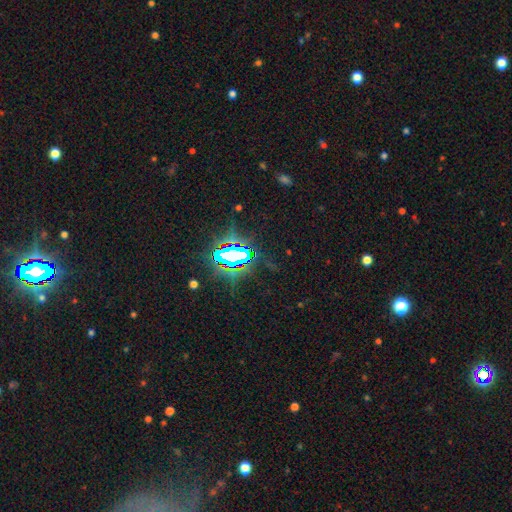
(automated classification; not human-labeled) Q: Smooth or featured?
A: star or artifact (82%); runner-up: smooth (11%)